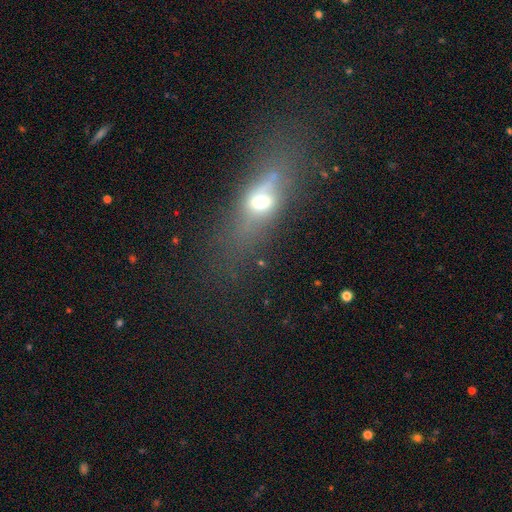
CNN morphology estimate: This is marginally a smooth galaxy (43%). Merging: likely none (72%).